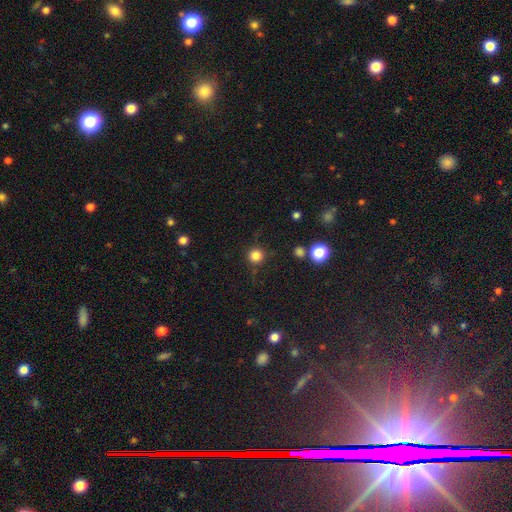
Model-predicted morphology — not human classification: This is clearly a smooth galaxy (83%). How rounded: clearly round (95%). Merging: clearly none (87%).